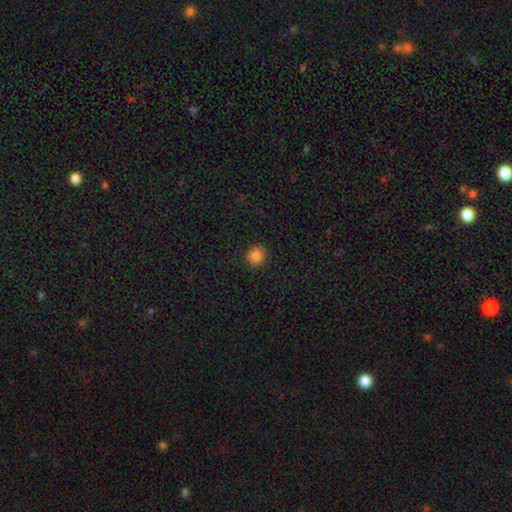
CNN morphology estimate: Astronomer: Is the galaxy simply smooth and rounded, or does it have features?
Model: smooth — 84%.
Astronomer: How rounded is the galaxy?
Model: round — 88%.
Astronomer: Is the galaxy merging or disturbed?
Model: none — 91%.